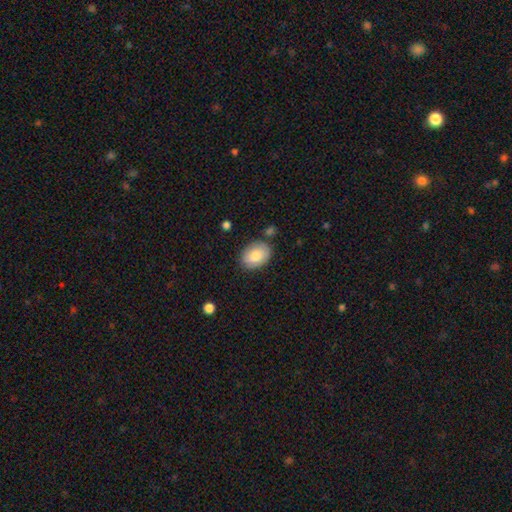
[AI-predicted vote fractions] This appears to be a smooth galaxy with no disk features (84%) that is in between round and cigar-shaped (78%). Merging: none (80%).